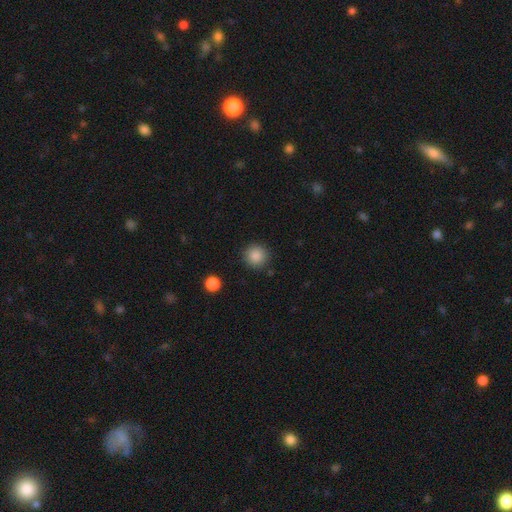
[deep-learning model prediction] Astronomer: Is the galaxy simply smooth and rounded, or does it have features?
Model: smooth — 87%.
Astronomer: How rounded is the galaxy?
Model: round — 95%.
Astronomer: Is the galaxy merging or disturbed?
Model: none — 90%.